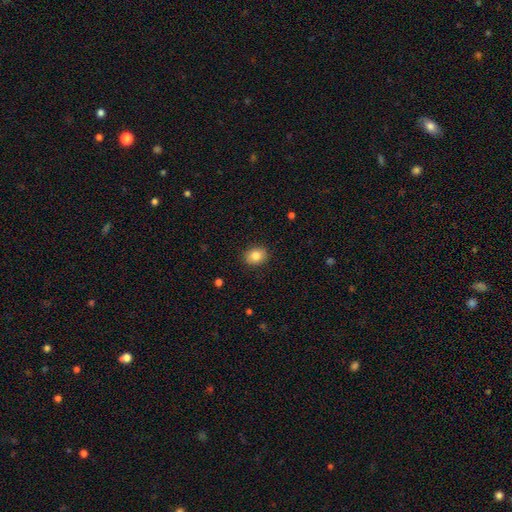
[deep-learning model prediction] A smooth galaxy with no disk features (84%) that is in between round and cigar-shaped (52%).

Vote fractions:
- Smooth or featured? smooth: 84% / star or artifact: 9% / featured or disk: 7%
- How rounded? in between: 52% / round: 47% / cigar-shaped: 1%
- Merging? none: 88% / minor disturbance: 8% / major disturbance: 2% / merger: 1%